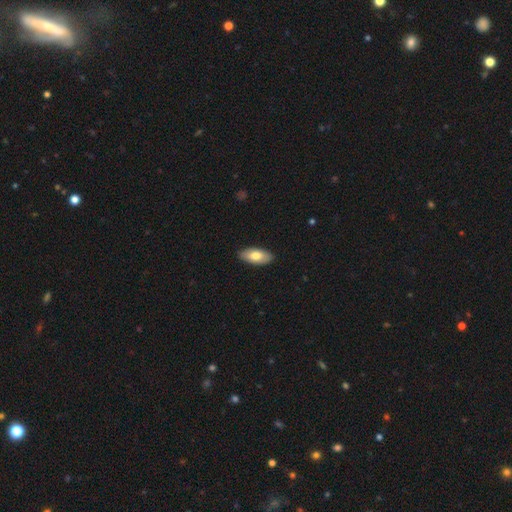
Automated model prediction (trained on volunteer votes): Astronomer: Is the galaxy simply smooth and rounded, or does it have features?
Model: smooth — 75%.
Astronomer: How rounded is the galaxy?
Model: in between — 90%.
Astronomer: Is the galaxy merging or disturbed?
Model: none — 89%.